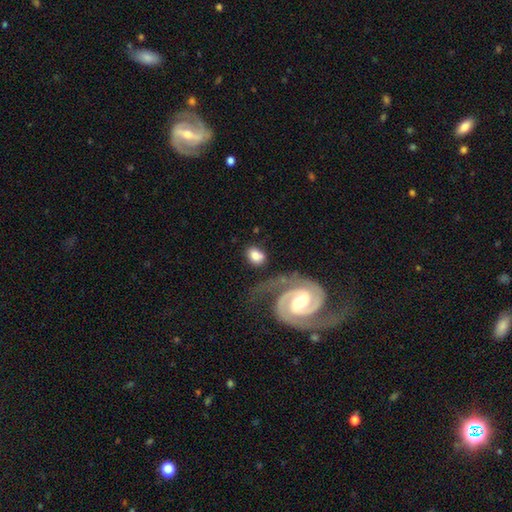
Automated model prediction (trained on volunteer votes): A smooth galaxy with no disk features (70%) that is in between round and cigar-shaped (66%). Merging: none (59%).